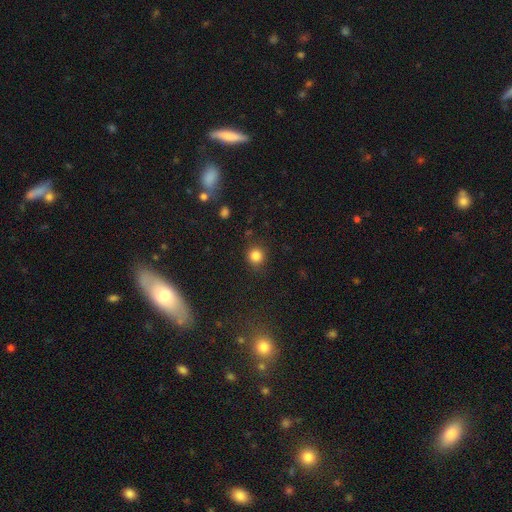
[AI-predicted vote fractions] smooth-or-featured: smooth: 84% | star or artifact: 12% | featured or disk: 4%
  how-rounded: round: 91% | in between: 8% | cigar-shaped: 1%
  merging: none: 86% | minor disturbance: 9% | major disturbance: 3% | merger: 2%